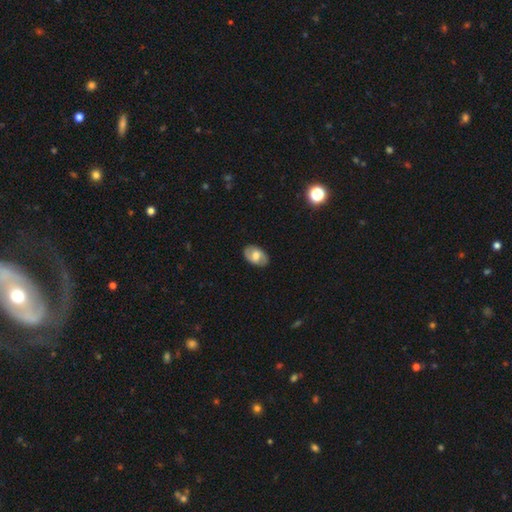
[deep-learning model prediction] featured or disk 52%, smooth 41%, star or artifact 7%. Down the decision tree: edge-on disk — no (94%); merging — none (86%).